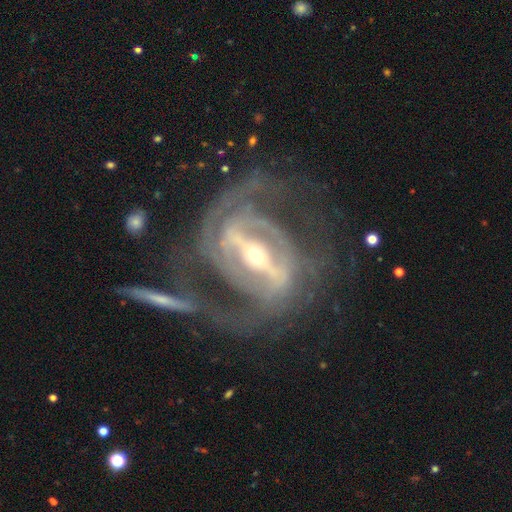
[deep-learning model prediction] Morphology: type=featured or disk (91%); edge-on=no (93%); bar=strong (80%); spiral arms=yes (93%); winding=tight (47%); arm count=2 (54%); bulge=small (59%); merging=none (50%).